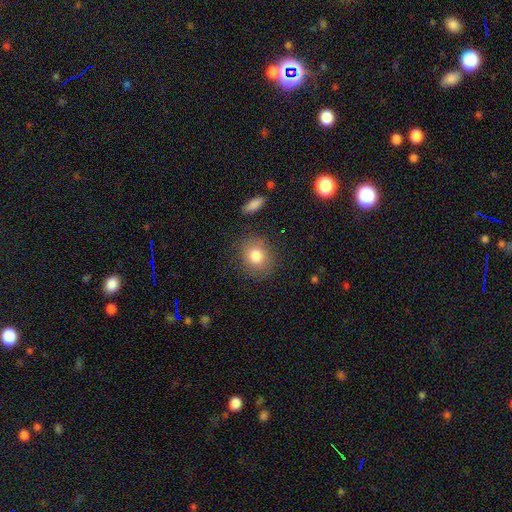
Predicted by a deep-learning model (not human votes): The model was most divided on "how rounded": round: 65%, in between: 34%, cigar-shaped: 1%. More confident: merging — none (82%); smooth or featured — smooth (81%).